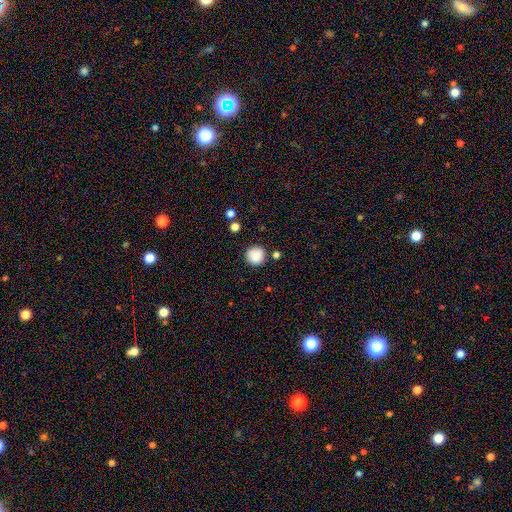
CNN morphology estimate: This appears to be a smooth galaxy with no disk features (86%) that is round (92%). Merging: none (83%).